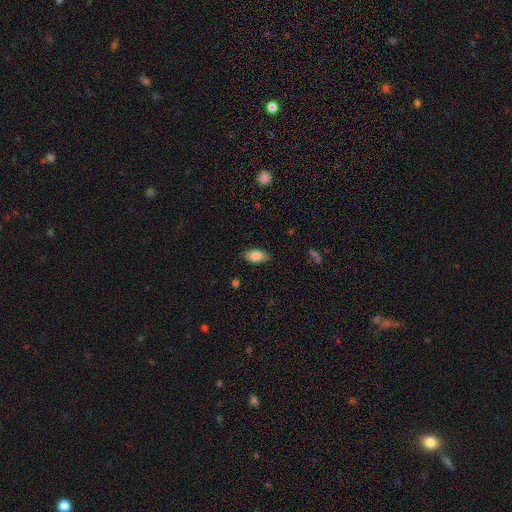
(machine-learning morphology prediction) Overall: smooth (85%). How rounded: in between (91%). Merging: none (80%).